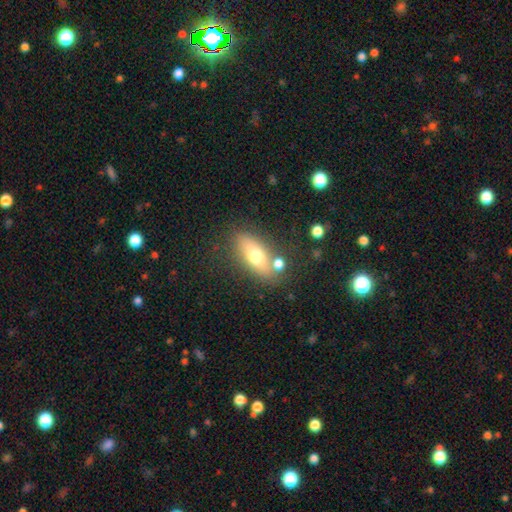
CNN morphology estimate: The model was most divided on "smooth or featured": smooth: 65%, featured or disk: 27%, star or artifact: 8%. More confident: how rounded — in between (74%); merging — none (72%).